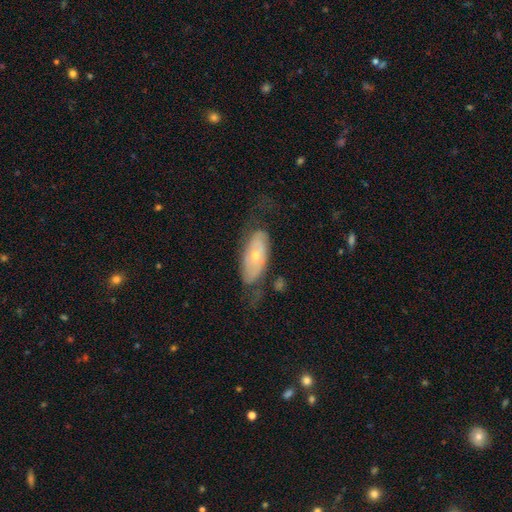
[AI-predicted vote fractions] featured or disk 64%, smooth 30%, star or artifact 6%. Down the decision tree: edge-on disk — no (87%); bar — no (80%); spiral arms — yes (65%); bulge size — small (53%); merging — none (56%).